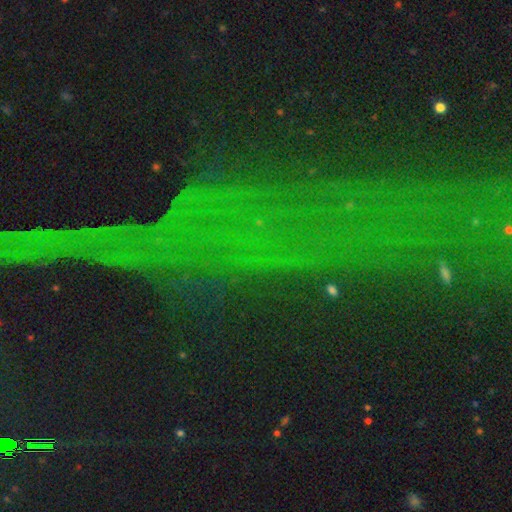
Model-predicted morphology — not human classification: A star or artifact, not a galaxy (76%).

Vote fractions:
- Smooth or featured? star or artifact: 76% / smooth: 12% / featured or disk: 12%